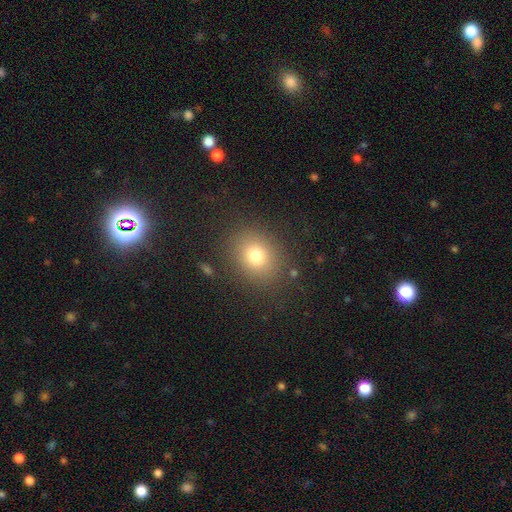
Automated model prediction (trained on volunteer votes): Smooth or featured? Predicted: smooth (p=0.77). How rounded? Predicted: round (p=0.63). Merging? Predicted: none (p=0.85).